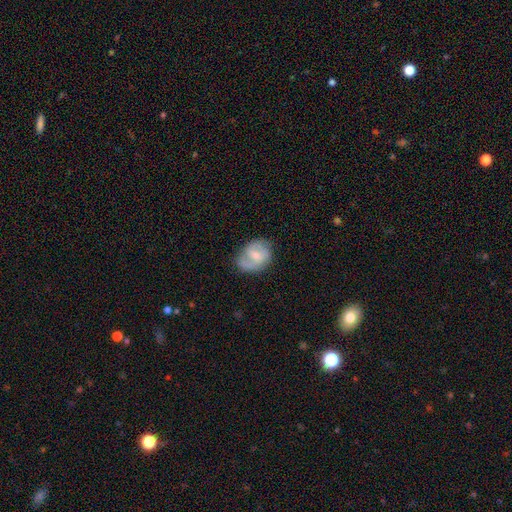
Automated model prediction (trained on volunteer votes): Q: Smooth or featured?
A: featured or disk (56%); runner-up: smooth (38%)
Q: Edge-on disk?
A: no (97%); runner-up: yes (3%)
Q: Bar?
A: weak (56%); runner-up: no (30%)
Q: Spiral arms?
A: yes (81%); runner-up: no (19%)
Q: Bulge size?
A: moderate (45%); runner-up: small (44%)
Q: Merging?
A: none (62%); runner-up: minor disturbance (26%)